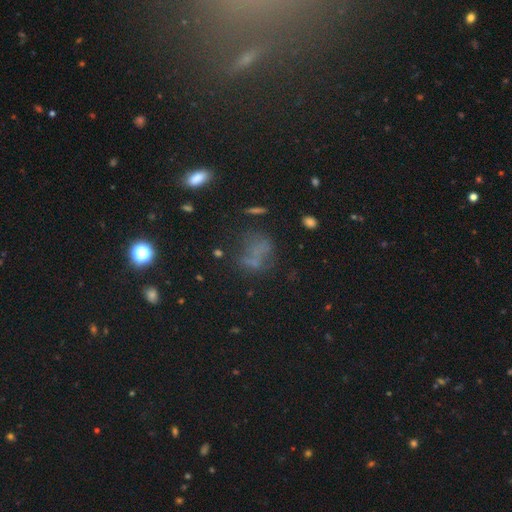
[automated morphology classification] This is marginally a smooth galaxy (39%). Merging: marginally none (44%).